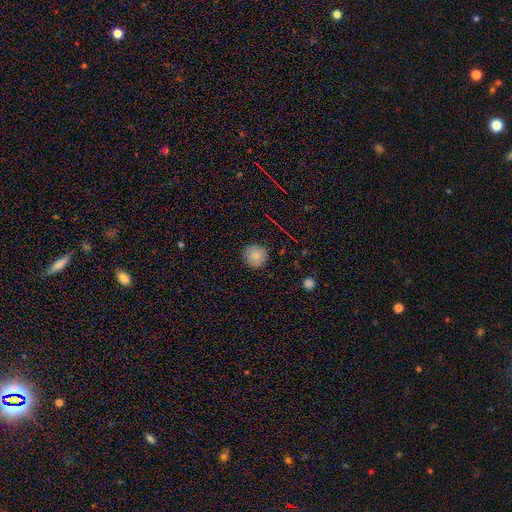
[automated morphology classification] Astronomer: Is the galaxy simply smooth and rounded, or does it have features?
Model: smooth — 80%.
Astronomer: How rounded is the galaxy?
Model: round — 93%.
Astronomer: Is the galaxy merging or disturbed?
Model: none — 88%.